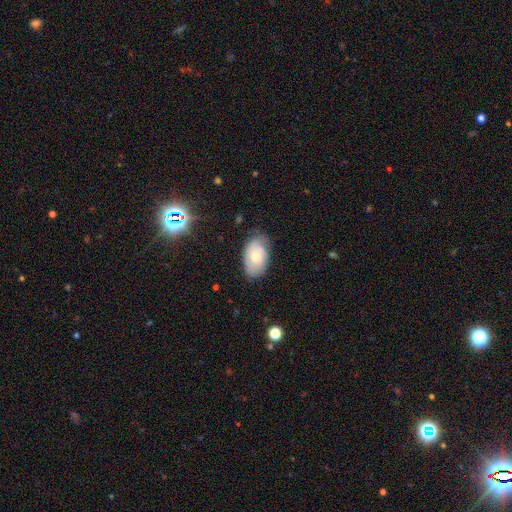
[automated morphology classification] smooth-or-featured: smooth: 69% | featured or disk: 24% | star or artifact: 7%
  how-rounded: in between: 93% | round: 6% | cigar-shaped: 1%
  merging: none: 72% | minor disturbance: 21% | major disturbance: 5% | merger: 1%